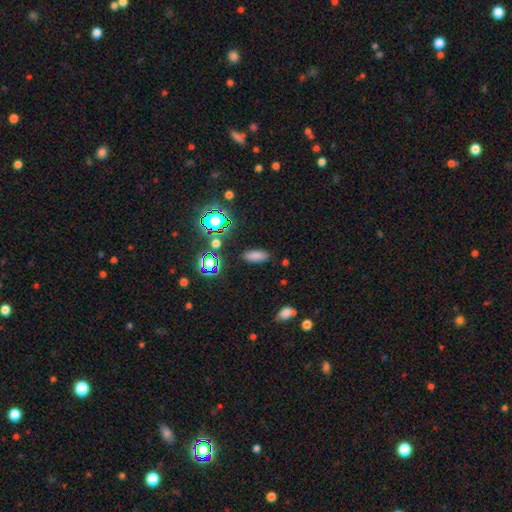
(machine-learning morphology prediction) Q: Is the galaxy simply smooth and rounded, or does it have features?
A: smooth — 76%.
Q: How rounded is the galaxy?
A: in between — 80%.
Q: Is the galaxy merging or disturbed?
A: none — 85%.